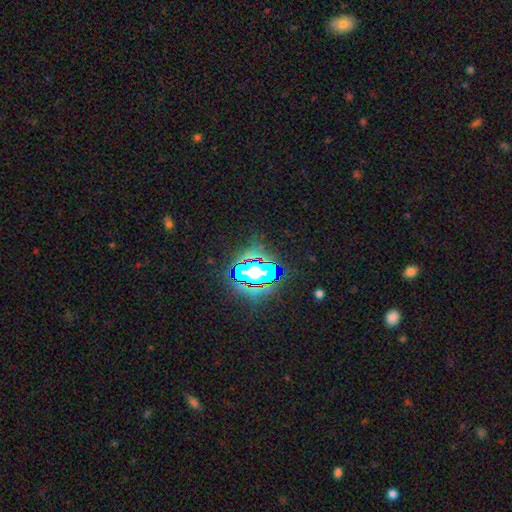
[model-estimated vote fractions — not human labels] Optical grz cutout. It shows a star or artifact, not a galaxy (71%).